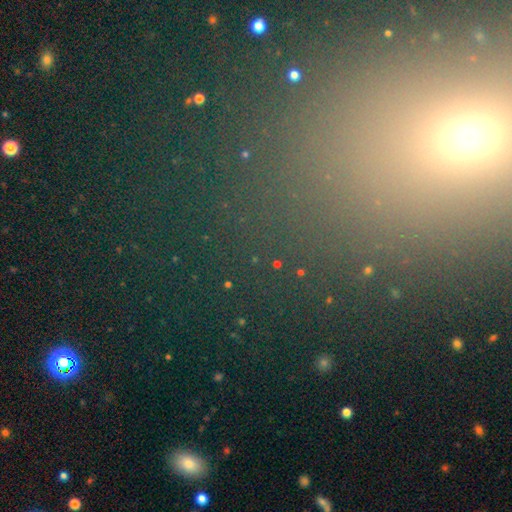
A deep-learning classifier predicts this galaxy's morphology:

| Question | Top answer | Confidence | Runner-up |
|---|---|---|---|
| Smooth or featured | star or artifact | 62% | smooth (27%) |